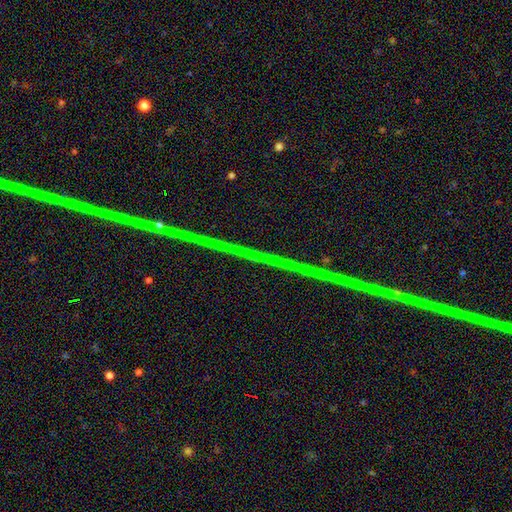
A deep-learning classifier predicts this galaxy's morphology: smooth_or_featured: star or artifact (p=0.78) [alt: featured or disk p=0.14]